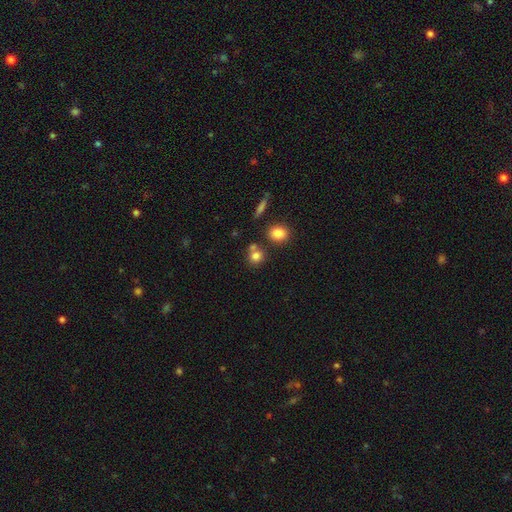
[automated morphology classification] A smooth galaxy with no disk features (79%) that is round (80%). Merging: none (58%).